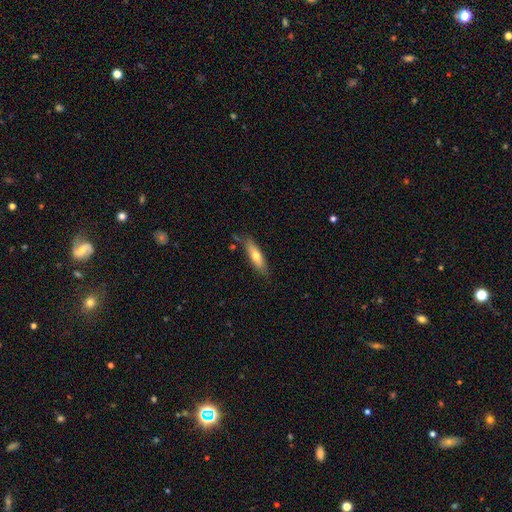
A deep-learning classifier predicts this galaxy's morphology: smooth 66%, featured or disk 28%, star or artifact 6%. Down the decision tree: how rounded — cigar-shaped (58%); merging — none (77%).